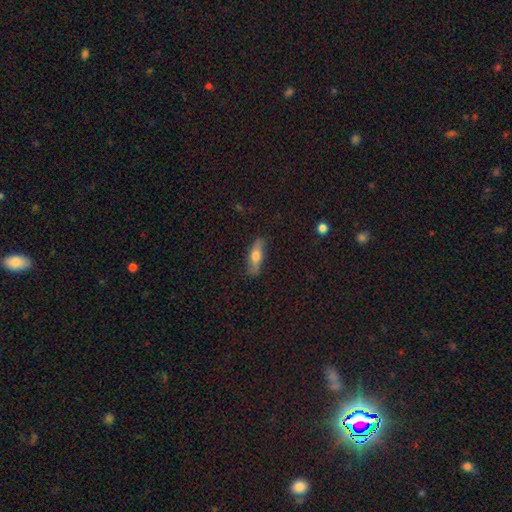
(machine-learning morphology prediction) A smooth galaxy with no disk features (61%) that is in between round and cigar-shaped (53%).

Vote fractions:
- Smooth or featured? smooth: 61% / featured or disk: 32% / star or artifact: 6%
- How rounded? in between: 53% / cigar-shaped: 44% / round: 3%
- Merging? none: 84% / minor disturbance: 13% / major disturbance: 3% / merger: 1%